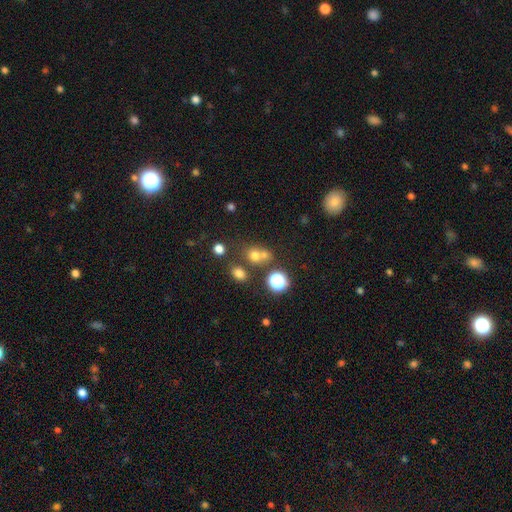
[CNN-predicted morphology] Smooth or featured: smooth — 66% (star or artifact — 23%)
How rounded: round — 73% (in between — 26%)
Merging: none — 52% (merger — 33%)